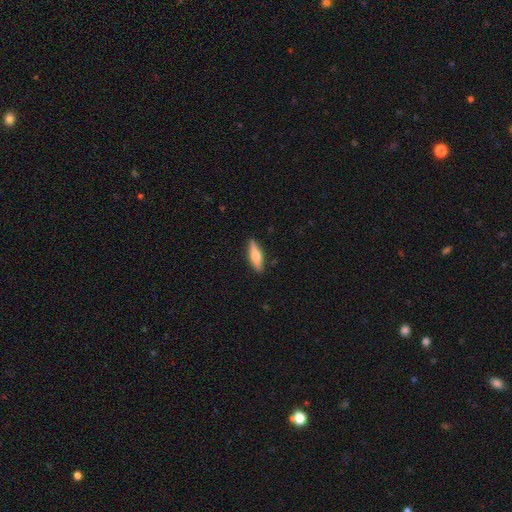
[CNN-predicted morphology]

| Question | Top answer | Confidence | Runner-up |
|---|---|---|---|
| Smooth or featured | smooth | 58% | featured or disk (36%) |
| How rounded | cigar-shaped | 63% | in between (35%) |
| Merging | none | 88% | minor disturbance (9%) |